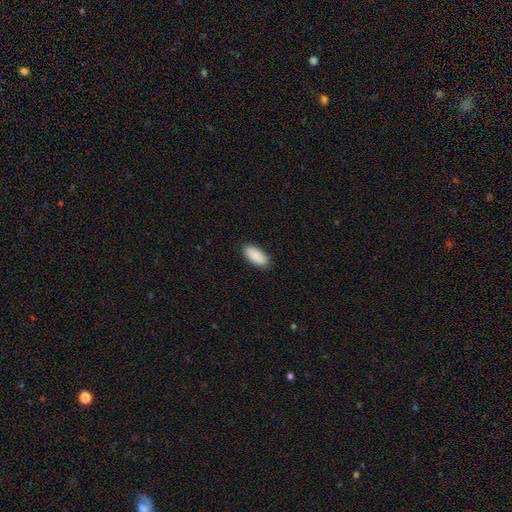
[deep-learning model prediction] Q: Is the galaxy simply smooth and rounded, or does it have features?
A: smooth — 91%.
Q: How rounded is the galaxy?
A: in between — 90%.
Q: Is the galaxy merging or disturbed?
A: none — 89%.